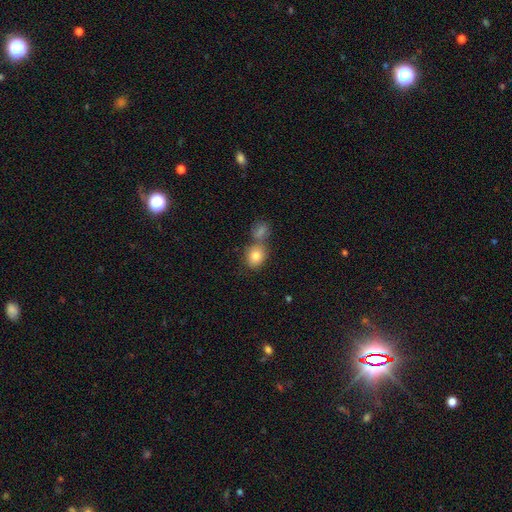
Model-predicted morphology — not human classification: The model was most divided on "merging": none: 47%, merger: 39%, minor disturbance: 10%, major disturbance: 4%. More confident: smooth or featured — smooth (82%); how rounded — round (57%).